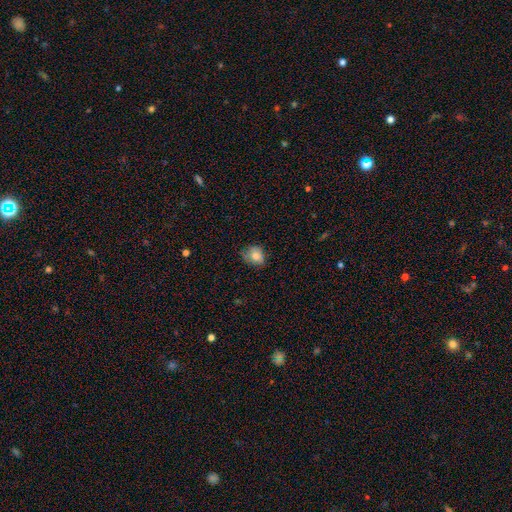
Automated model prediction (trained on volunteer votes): Smooth or featured? smooth (78%)
How rounded? round (60%)
Merging? none (64%)